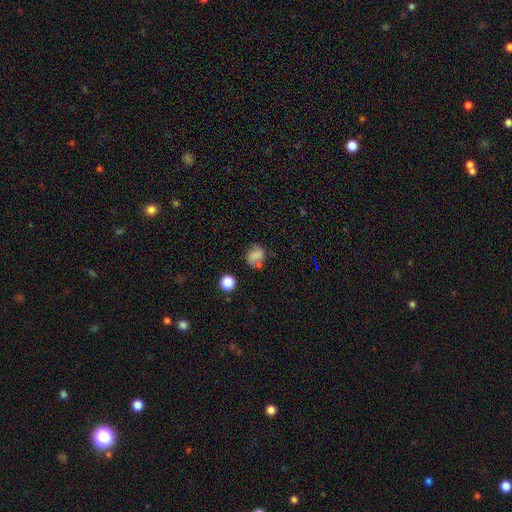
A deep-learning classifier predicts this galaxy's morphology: type=smooth (60%); roundness=round (66%); merging=none (56%).